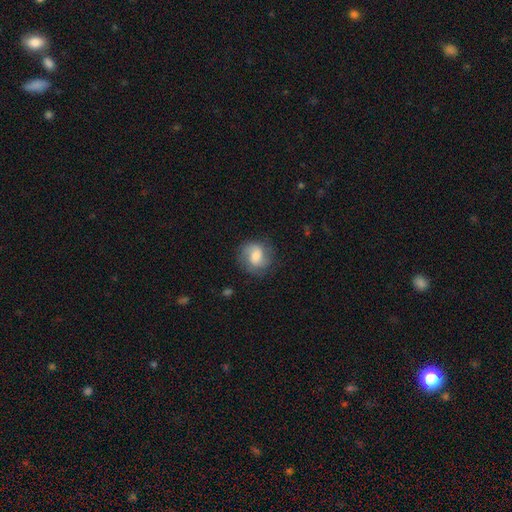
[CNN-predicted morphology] This appears to be a smooth galaxy with no disk features (49%). Merging: none (75%).